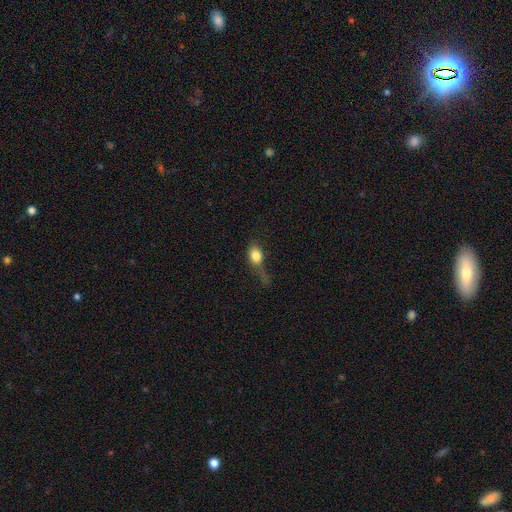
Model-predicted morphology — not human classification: smooth_or_featured: smooth (p=0.79) [alt: featured or disk p=0.11]
how_rounded: in between (p=0.68) [alt: round p=0.27]
merging: major disturbance (p=0.34) [alt: none p=0.32]